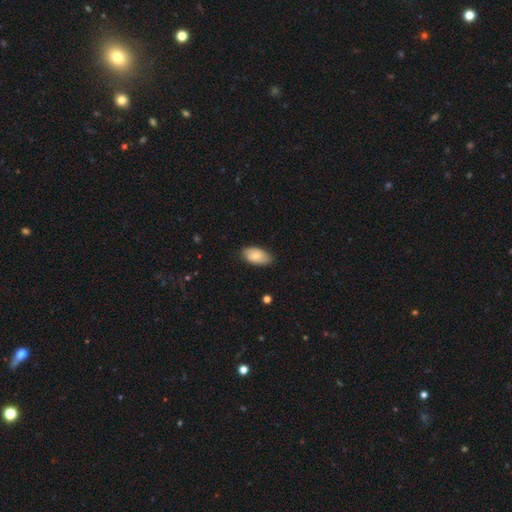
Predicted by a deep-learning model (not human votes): Smooth or featured: smooth — 73% (featured or disk — 20%)
How rounded: in between — 94% (round — 4%)
Merging: none — 80% (minor disturbance — 17%)